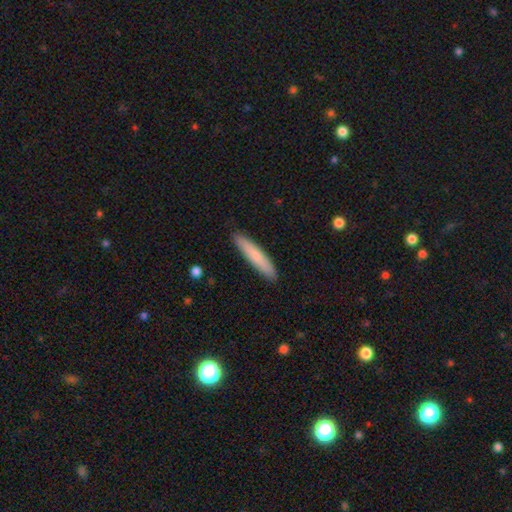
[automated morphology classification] Smooth or featured: smooth — 77% (featured or disk — 18%)
How rounded: cigar-shaped — 91% (in between — 8%)
Merging: none — 91% (minor disturbance — 7%)